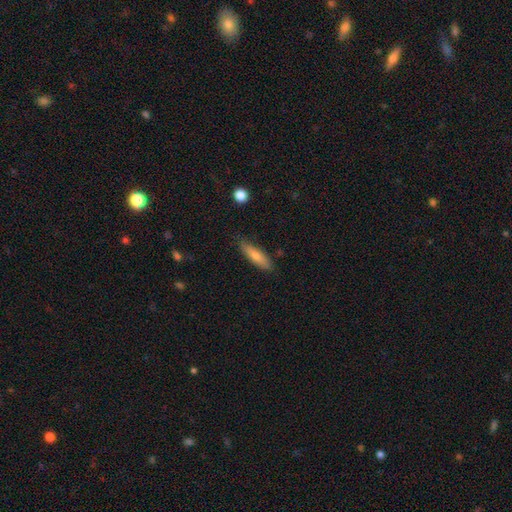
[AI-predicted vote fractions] Morphology: type=smooth (78%); roundness=cigar-shaped (68%); merging=none (81%).